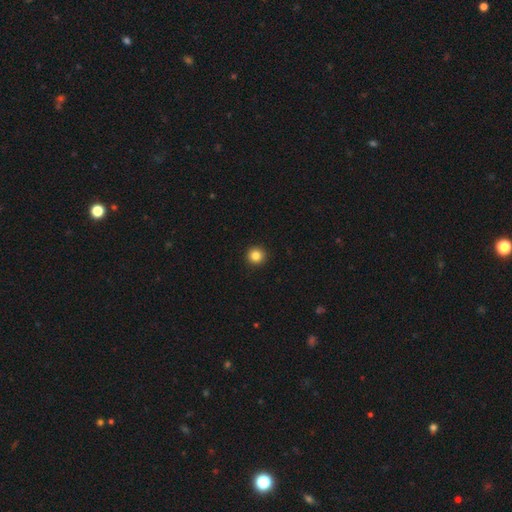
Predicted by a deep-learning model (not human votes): Overall: smooth (84%). How rounded: round (96%). Merging: none (94%).